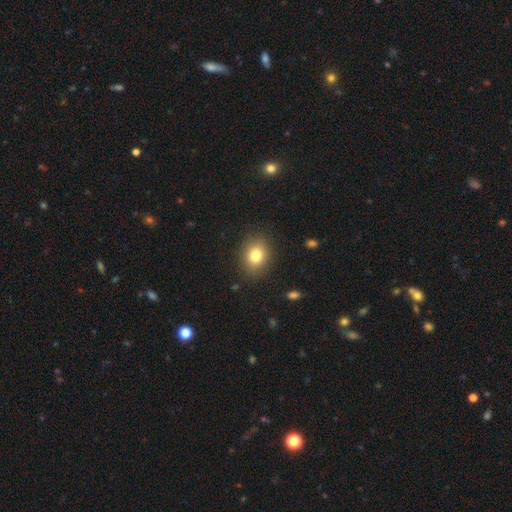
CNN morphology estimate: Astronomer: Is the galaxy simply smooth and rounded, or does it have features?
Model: smooth — 80%.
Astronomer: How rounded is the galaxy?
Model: round — 51% (runner-up: in between, 48%).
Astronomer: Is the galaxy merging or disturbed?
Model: none — 87%.